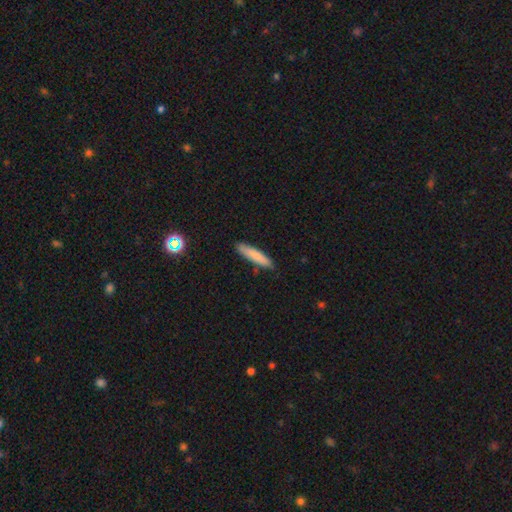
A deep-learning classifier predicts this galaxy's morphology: A smooth galaxy with no disk features (80%) that is cigar-shaped (85%). Merging: none (84%).